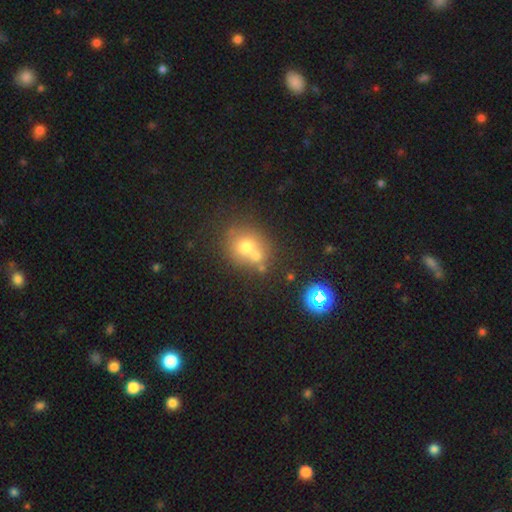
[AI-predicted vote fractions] The model was most divided on "merging": merger: 44%, none: 41%, minor disturbance: 10%, major disturbance: 4%. More confident: how rounded — round (77%); smooth or featured — smooth (64%).